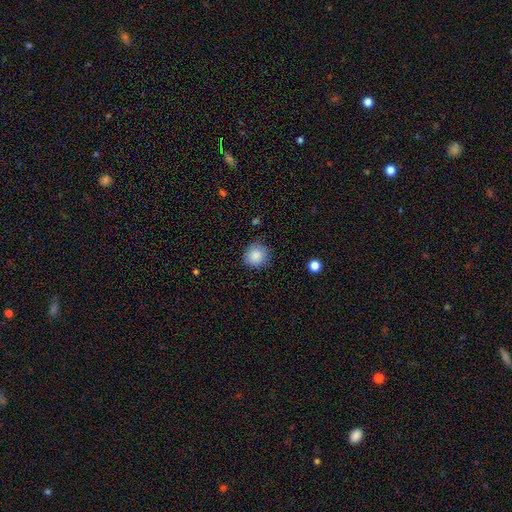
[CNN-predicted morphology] A smooth galaxy with no disk features (87%) that is round (91%). Merging: none (86%).